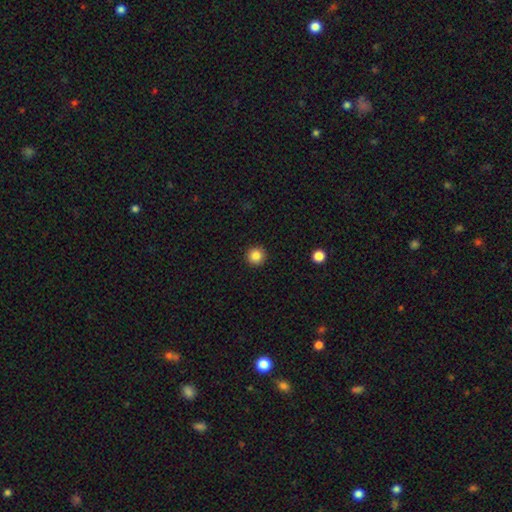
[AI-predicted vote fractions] This appears to be a smooth galaxy with no disk features (85%) that is round (96%). Merging: none (93%).